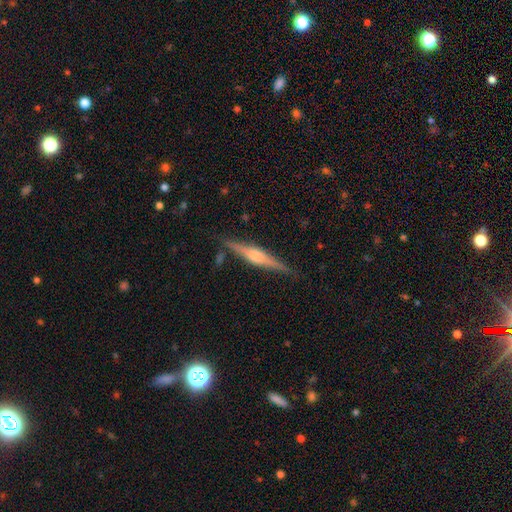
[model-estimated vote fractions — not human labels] Smooth or featured: featured or disk — 73% (smooth — 21%)
Edge-on disk: yes — 98% (no — 2%)
Edge-on bulge: rounded — 79% (boxy — 15%)
Merging: none — 86% (minor disturbance — 10%)